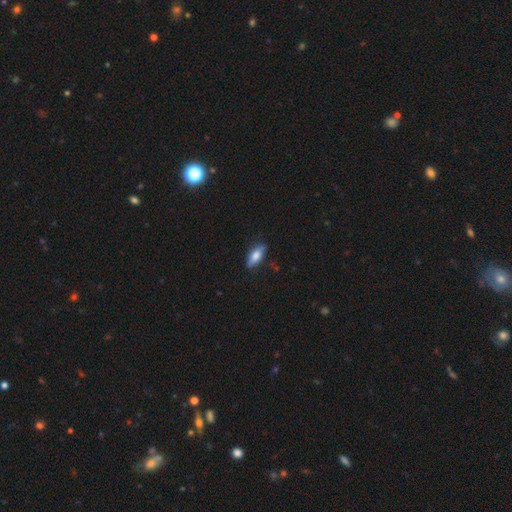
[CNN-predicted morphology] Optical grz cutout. It shows a smooth galaxy with no disk features (73%) that is in between round and cigar-shaped (74%). Merging: none (81%).